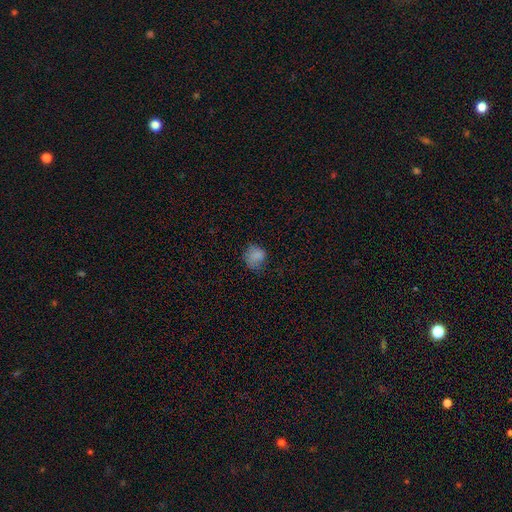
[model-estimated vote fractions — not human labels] A smooth galaxy with no disk features (81%) that is round (72%).

Vote fractions:
- Smooth or featured? smooth: 81% / star or artifact: 12% / featured or disk: 7%
- How rounded? round: 72% / in between: 27% / cigar-shaped: 1%
- Merging? none: 61% / minor disturbance: 26% / major disturbance: 11% / merger: 1%